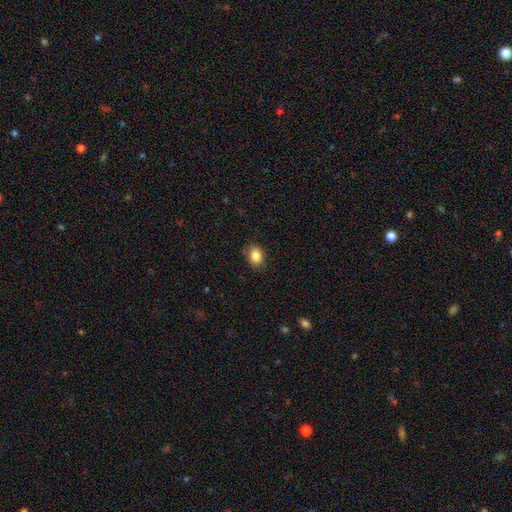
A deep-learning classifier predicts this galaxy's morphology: Smooth or featured?
  - smooth: 85% *
  - star or artifact: 9%
  - featured or disk: 5%
How rounded?
  - in between: 58% *
  - round: 41%
  - cigar-shaped: 1%
Merging?
  - none: 83% *
  - minor disturbance: 13%
  - major disturbance: 3%
  - merger: 1%